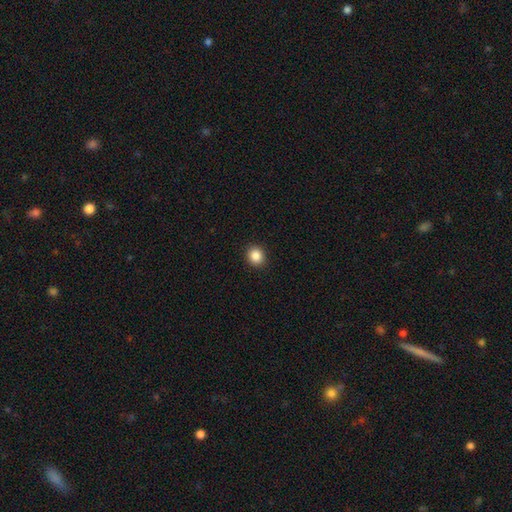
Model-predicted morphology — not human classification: Smooth or featured? smooth (87%)
How rounded? round (79%)
Merging? none (92%)